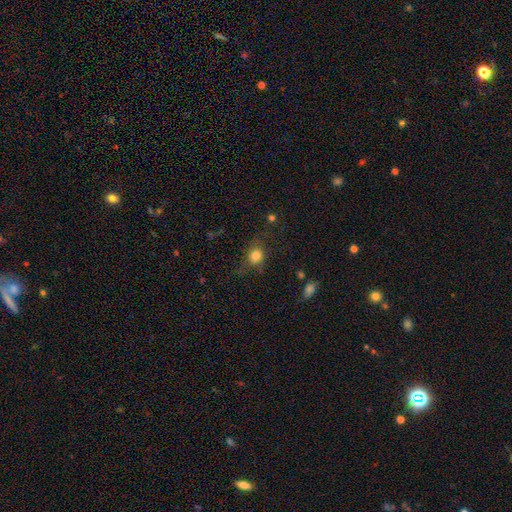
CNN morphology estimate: This appears to be a smooth galaxy with no disk features (78%) that is round (65%). Merging: none (68%).